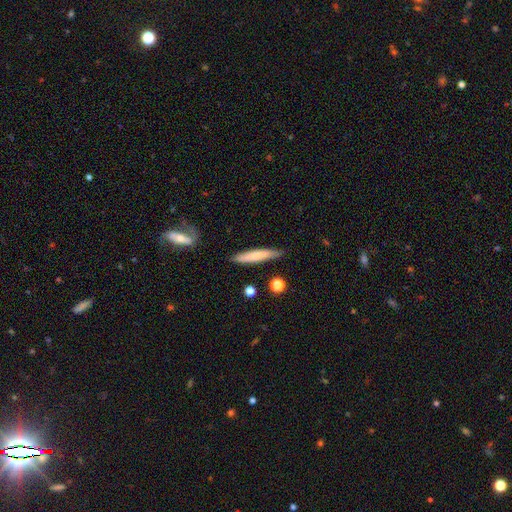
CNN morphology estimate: smooth 69%, featured or disk 25%, star or artifact 6%. Down the decision tree: how rounded — cigar-shaped (91%); merging — none (84%).